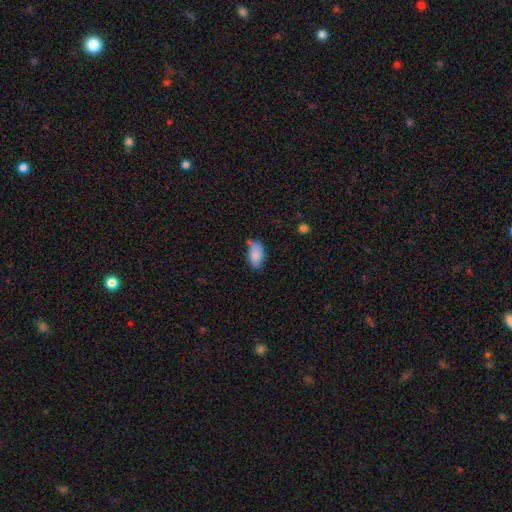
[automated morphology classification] Smooth or featured?
  - smooth: 85% *
  - featured or disk: 8%
  - star or artifact: 7%
How rounded?
  - in between: 93% *
  - round: 4%
  - cigar-shaped: 3%
Merging?
  - none: 58% *
  - minor disturbance: 27%
  - merger: 9%
  - major disturbance: 6%